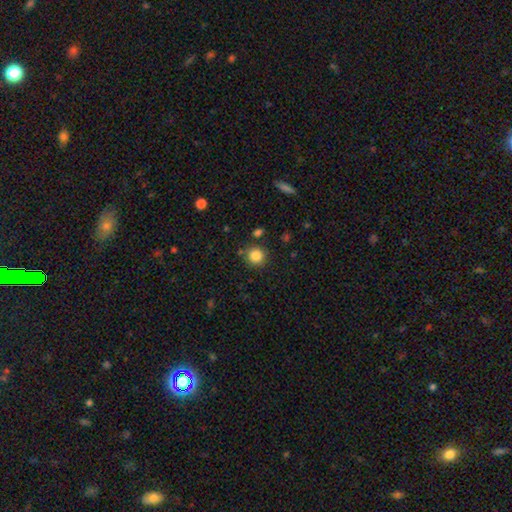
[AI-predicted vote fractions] smooth 85%, star or artifact 10%, featured or disk 4%. Down the decision tree: how rounded — round (92%); merging — none (84%).